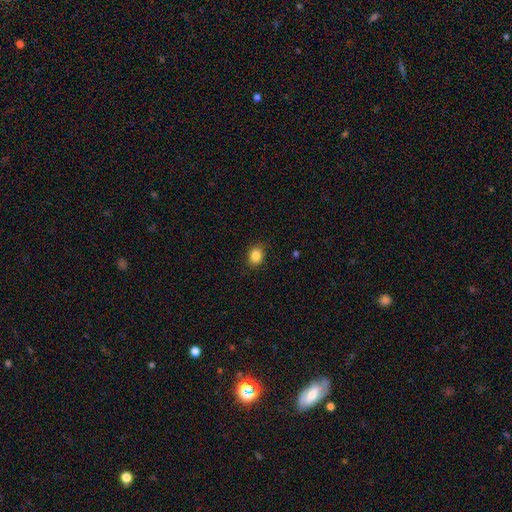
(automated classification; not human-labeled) smooth-or-featured: smooth: 85% | star or artifact: 10% | featured or disk: 5%
  how-rounded: round: 53% | in between: 46% | cigar-shaped: 1%
  merging: none: 85% | minor disturbance: 11% | major disturbance: 3% | merger: 1%